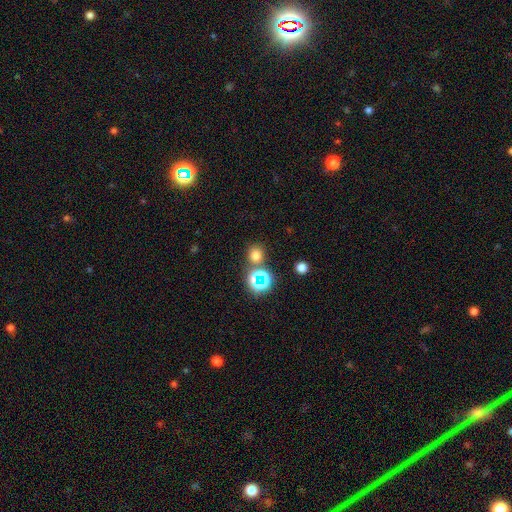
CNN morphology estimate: Smooth or featured? smooth (68%)
How rounded? round (87%)
Merging? none (76%)